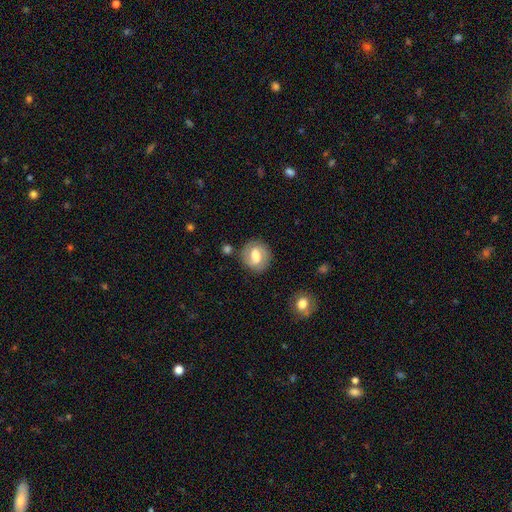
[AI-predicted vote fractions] Morphology: type=smooth (47%); merging=none (80%).